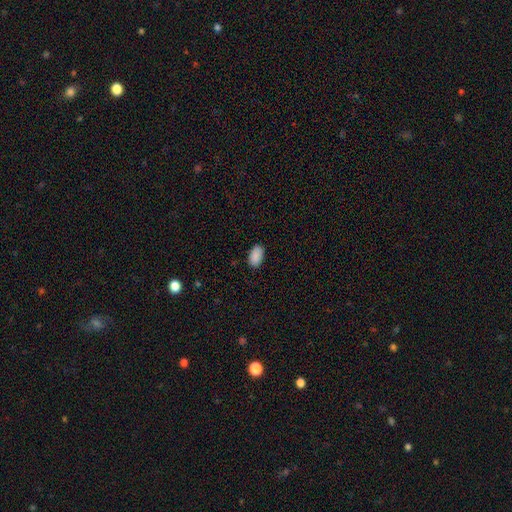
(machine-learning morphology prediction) smooth_or_featured: smooth (p=0.90) [alt: star or artifact p=0.07]
how_rounded: in between (p=0.94) [alt: round p=0.05]
merging: none (p=0.86) [alt: minor disturbance p=0.10]